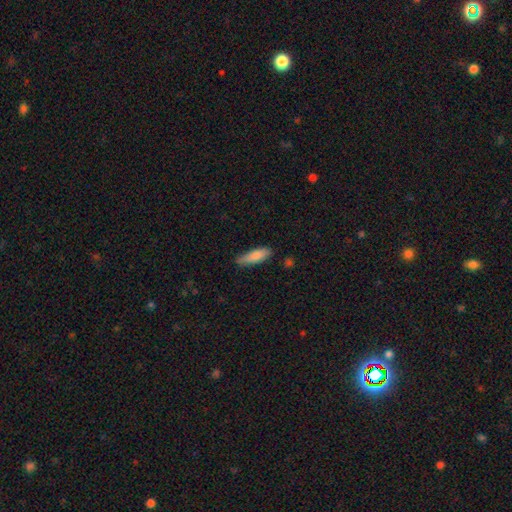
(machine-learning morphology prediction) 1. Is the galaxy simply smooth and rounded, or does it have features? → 82% smooth, 12% featured or disk, 6% star or artifact.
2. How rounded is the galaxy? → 51% cigar-shaped, 47% in between, 2% round.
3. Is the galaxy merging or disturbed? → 75% none, 20% minor disturbance, 3% major disturbance, 2% merger.